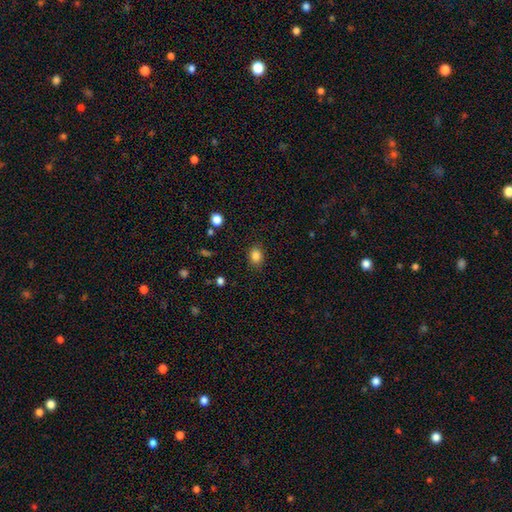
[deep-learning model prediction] Smooth or featured? Predicted: smooth (p=0.84). How rounded? Predicted: in between (p=0.50). Merging? Predicted: none (p=0.86).